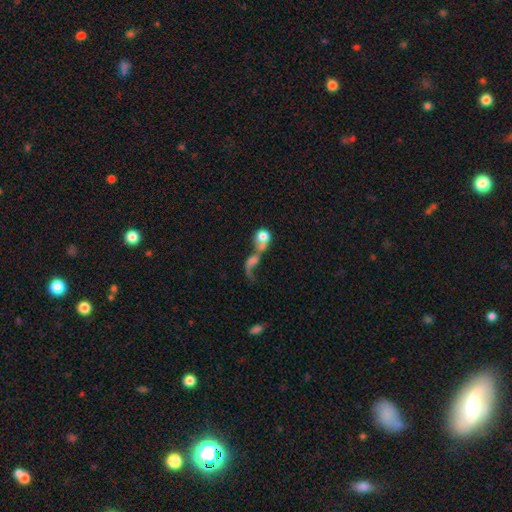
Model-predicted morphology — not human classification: Q: Smooth or featured?
A: featured or disk (42%); runner-up: smooth (36%)
Q: Merging?
A: merger (54%); runner-up: none (24%)